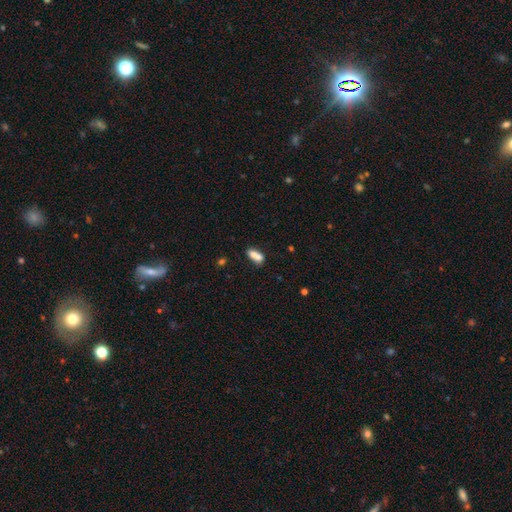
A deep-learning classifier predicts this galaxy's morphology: A smooth galaxy with no disk features (77%) that is in between round and cigar-shaped (71%). Merging: none (43%).